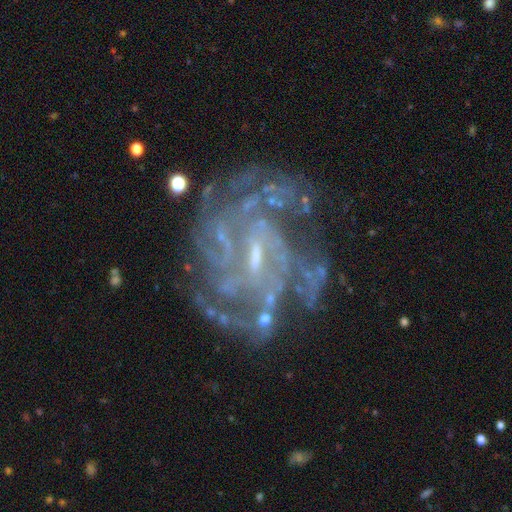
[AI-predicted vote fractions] A featured or disk galaxy (87%) with a weak bar (53%), tight (59%) spiral arms (94%) and a small central bulge (70%). Merging: none (69%).